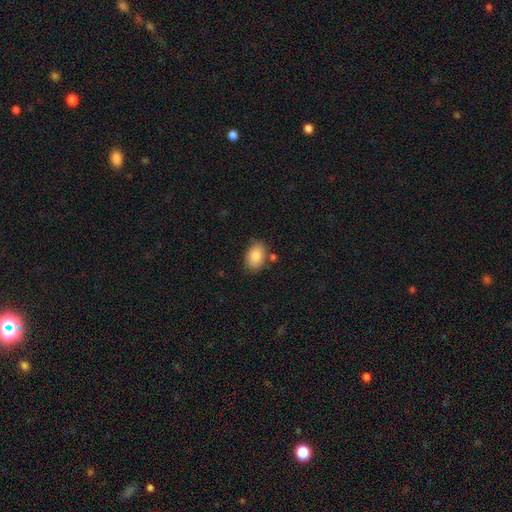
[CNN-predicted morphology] Smooth or featured? Predicted: smooth (p=0.85). How rounded? Predicted: in between (p=0.85). Merging? Predicted: none (p=0.76).